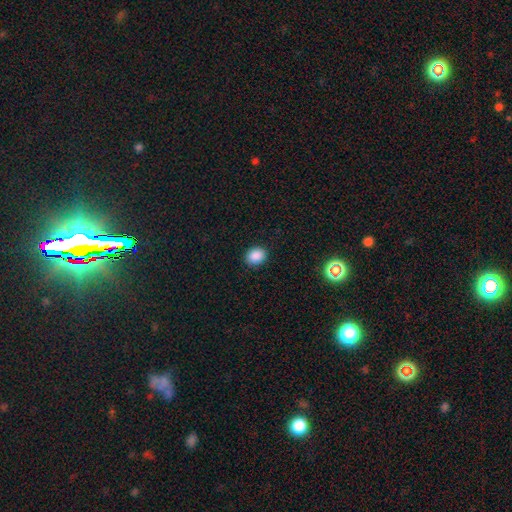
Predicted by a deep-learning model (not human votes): smooth-or-featured: smooth: 88% | star or artifact: 10% | featured or disk: 3%
  how-rounded: round: 54% | in between: 45% | cigar-shaped: 1%
  merging: none: 88% | minor disturbance: 9% | major disturbance: 2% | merger: 1%